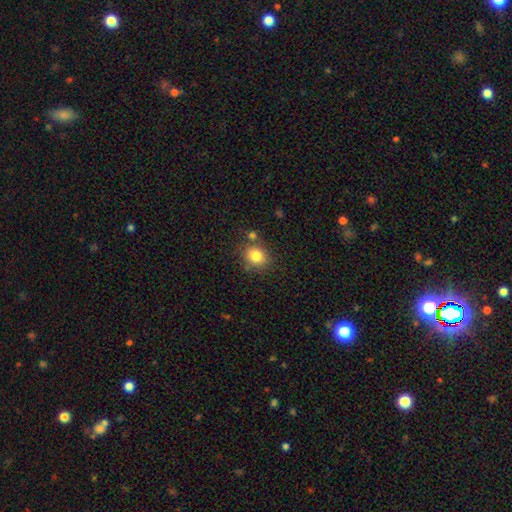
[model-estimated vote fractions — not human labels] Morphology: type=smooth (83%); roundness=round (63%); merging=none (73%).